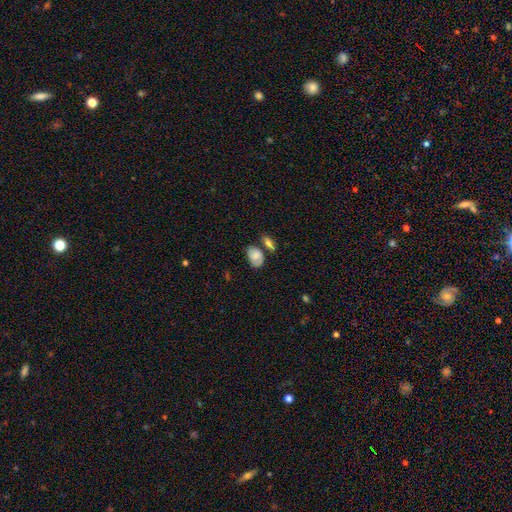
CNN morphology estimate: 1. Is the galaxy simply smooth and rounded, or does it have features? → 70% smooth, 22% featured or disk, 8% star or artifact.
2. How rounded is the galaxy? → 86% in between, 13% round, 2% cigar-shaped.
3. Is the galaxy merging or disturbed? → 47% none, 23% minor disturbance, 21% merger, 9% major disturbance.